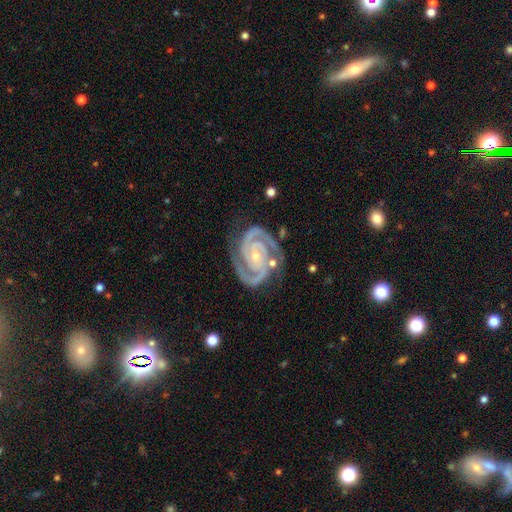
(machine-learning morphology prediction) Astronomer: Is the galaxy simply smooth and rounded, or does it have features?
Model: featured or disk — 94%.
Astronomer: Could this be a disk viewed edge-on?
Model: no — 98%.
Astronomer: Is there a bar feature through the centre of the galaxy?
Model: no — 62%.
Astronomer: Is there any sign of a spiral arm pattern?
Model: yes — 99%.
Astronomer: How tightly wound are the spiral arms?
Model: tight — 71%.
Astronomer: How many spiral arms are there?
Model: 2 — 91%.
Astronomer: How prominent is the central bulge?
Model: small — 75%.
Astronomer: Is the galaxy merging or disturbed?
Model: none — 79%.